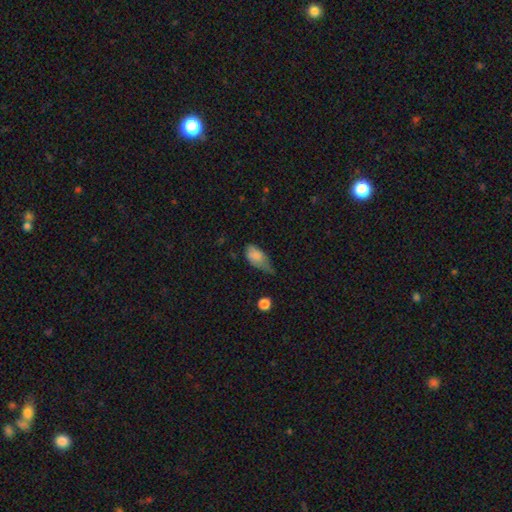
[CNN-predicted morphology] This appears to be a smooth galaxy with no disk features (80%) that is in between round and cigar-shaped (91%). Merging: minor disturbance (50%).